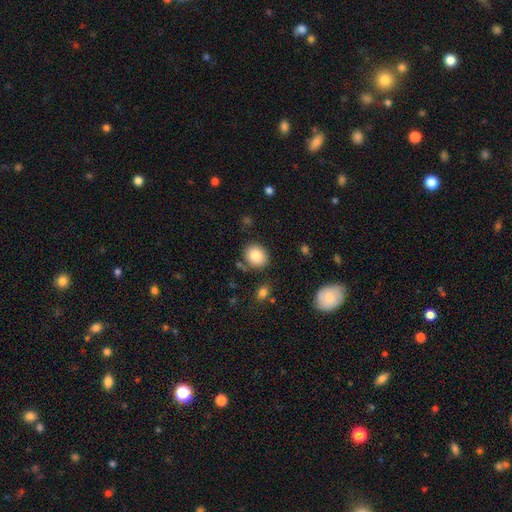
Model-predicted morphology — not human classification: The model was most divided on "how rounded": round: 69%, in between: 30%, cigar-shaped: 1%. More confident: smooth or featured — smooth (86%); merging — none (82%).